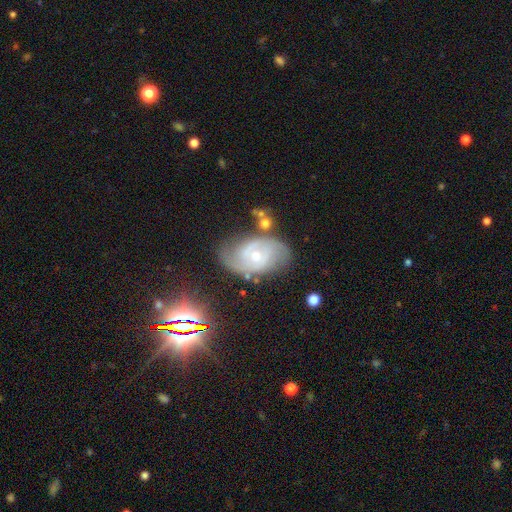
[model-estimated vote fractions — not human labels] This appears to be a featured or disk galaxy (78%) with no bar (55%), 2 (62%) medium (44%) spiral arms (93%) and a small central bulge (58%). Merging: none (63%).